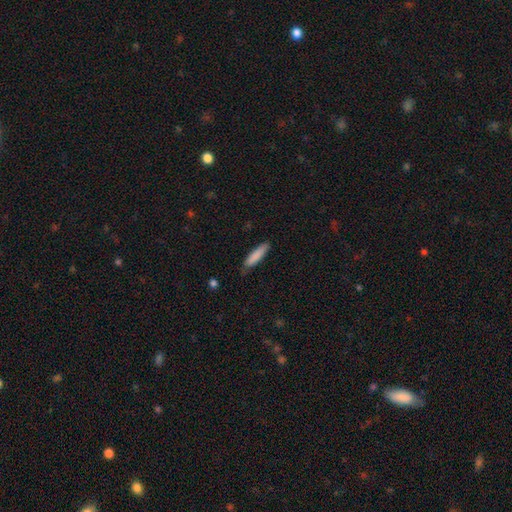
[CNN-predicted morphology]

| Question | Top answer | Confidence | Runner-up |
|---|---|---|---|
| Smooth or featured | smooth | 85% | featured or disk (9%) |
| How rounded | cigar-shaped | 77% | in between (22%) |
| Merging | none | 79% | minor disturbance (17%) |